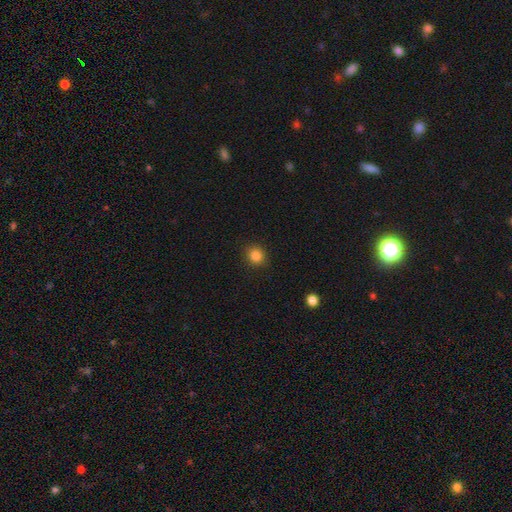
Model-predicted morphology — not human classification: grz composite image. It shows a smooth galaxy with no disk features (84%) that is round (88%). Merging: none (90%).